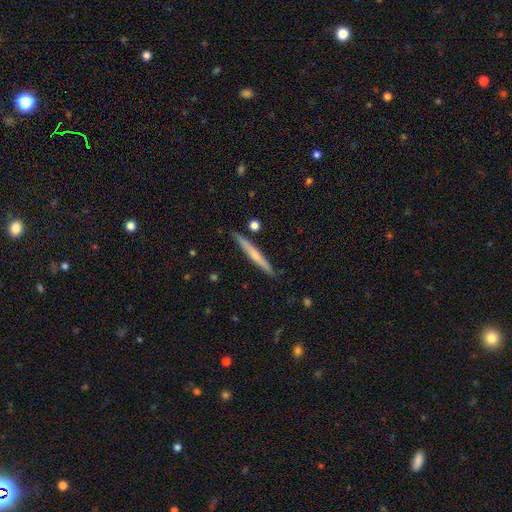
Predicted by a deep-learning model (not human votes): The model was most divided on "smooth or featured": smooth: 48%, featured or disk: 46%, star or artifact: 6%. More confident: merging — none (86%).